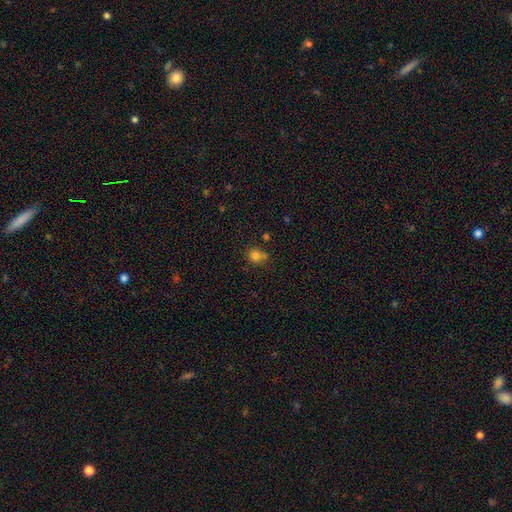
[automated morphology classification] This appears to be a smooth galaxy with no disk features (79%) that is round (83%). Merging: none (61%).